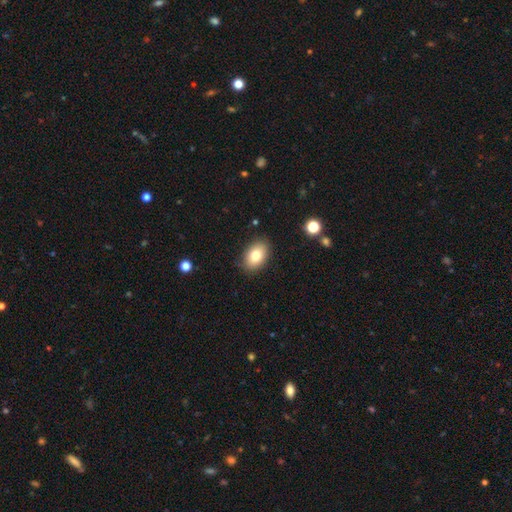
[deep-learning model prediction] Smooth or featured?
  - smooth: 78% *
  - featured or disk: 13%
  - star or artifact: 9%
How rounded?
  - in between: 84% *
  - round: 14%
  - cigar-shaped: 1%
Merging?
  - none: 86% *
  - minor disturbance: 10%
  - major disturbance: 3%
  - merger: 1%